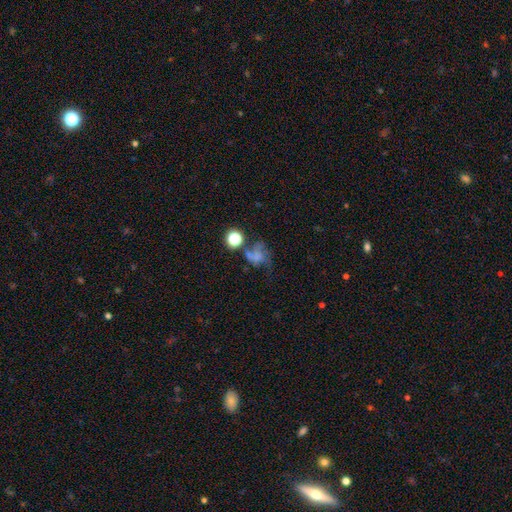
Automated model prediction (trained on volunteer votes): Smooth or featured: smooth — 46% (featured or disk — 34%)
Merging: major disturbance — 36% (none — 32%)